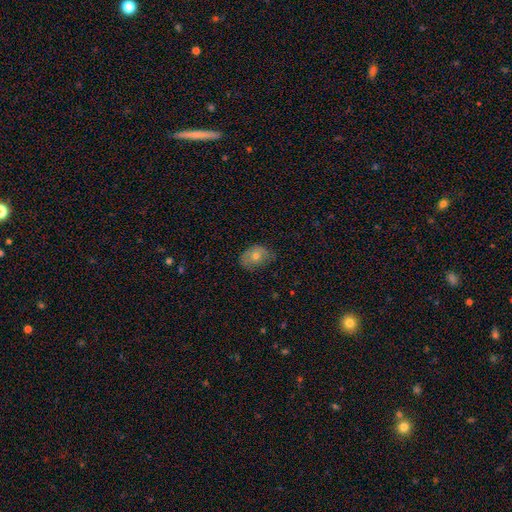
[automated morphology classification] A smooth galaxy with no disk features (61%) that is in between round and cigar-shaped (75%). Merging: none (64%).